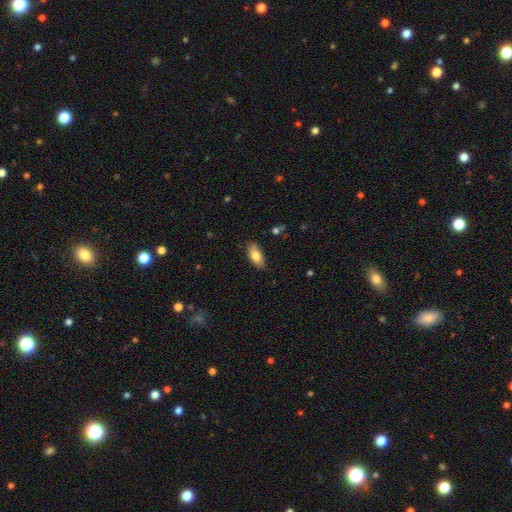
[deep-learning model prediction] A smooth galaxy with no disk features (78%) that is in between round and cigar-shaped (88%). Merging: none (83%).